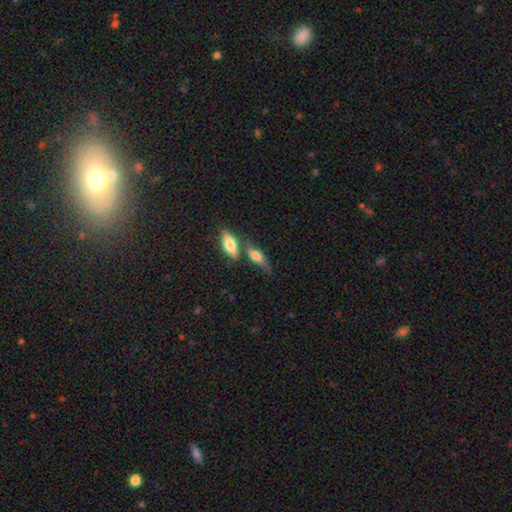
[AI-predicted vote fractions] This is likely a smooth galaxy (66%). How rounded: likely in between (65%). Merging: possibly none (48%).